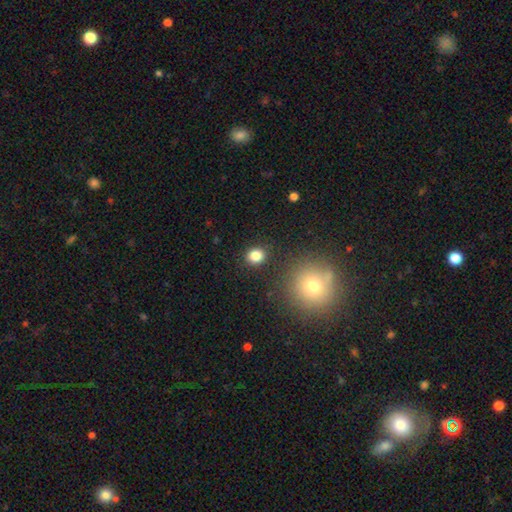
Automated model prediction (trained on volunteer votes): Smooth or featured: smooth — 83% (star or artifact — 12%)
How rounded: round — 77% (in between — 22%)
Merging: none — 89% (minor disturbance — 6%)